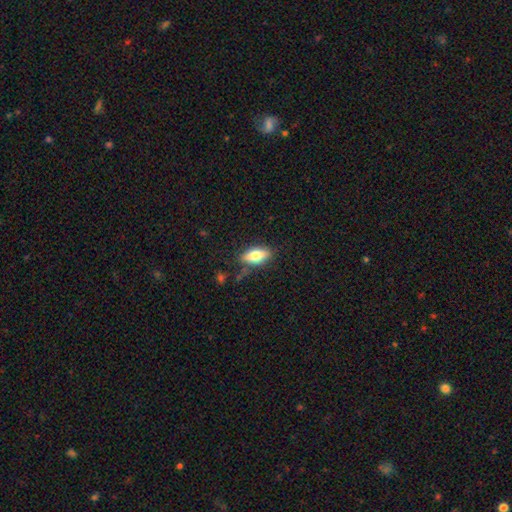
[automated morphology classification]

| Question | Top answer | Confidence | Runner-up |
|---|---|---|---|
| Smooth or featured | smooth | 69% | featured or disk (23%) |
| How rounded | in between | 80% | cigar-shaped (16%) |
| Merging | none | 77% | minor disturbance (16%) |